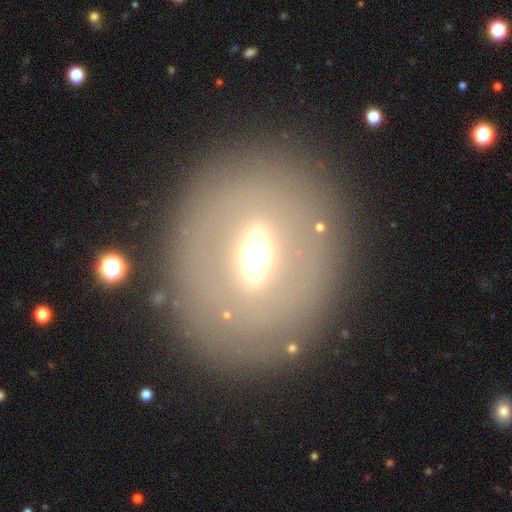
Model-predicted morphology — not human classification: smooth-or-featured: featured or disk: 47% | smooth: 41% | star or artifact: 12%
  merging: none: 83% | minor disturbance: 9% | major disturbance: 6% | merger: 3%